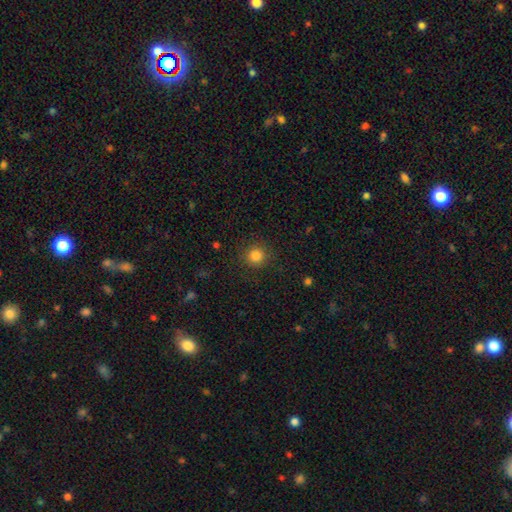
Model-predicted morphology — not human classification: The model was most divided on "smooth or featured": smooth: 83%, star or artifact: 12%, featured or disk: 5%. More confident: how rounded — round (94%); merging — none (89%).